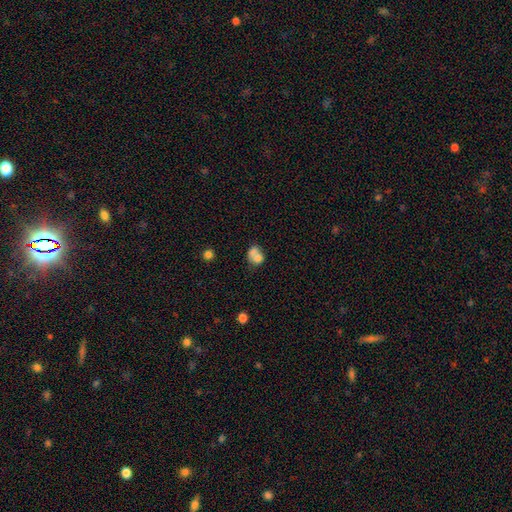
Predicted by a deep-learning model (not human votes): Morphology: type=smooth (71%); roundness=round (59%); merging=merger (59%).